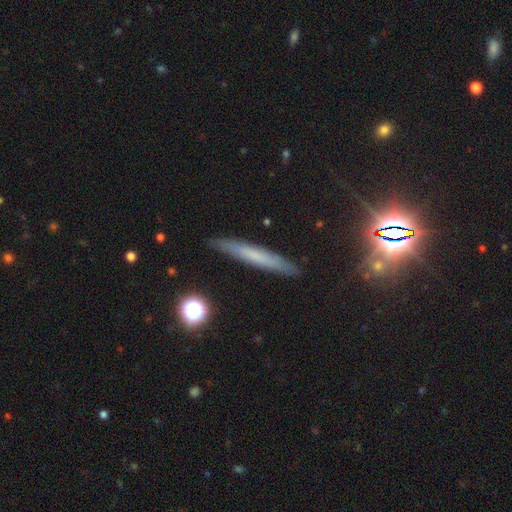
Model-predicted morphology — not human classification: The model was most divided on "smooth or featured": smooth: 50%, featured or disk: 39%, star or artifact: 11%. More confident: merging — none (88%).